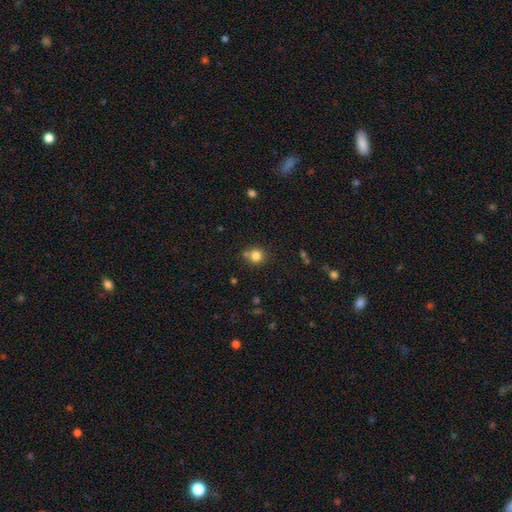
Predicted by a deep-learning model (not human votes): smooth-or-featured: smooth: 81% | star or artifact: 13% | featured or disk: 6%
  how-rounded: round: 91% | in between: 8% | cigar-shaped: 1%
  merging: none: 71% | merger: 16% | minor disturbance: 10% | major disturbance: 3%